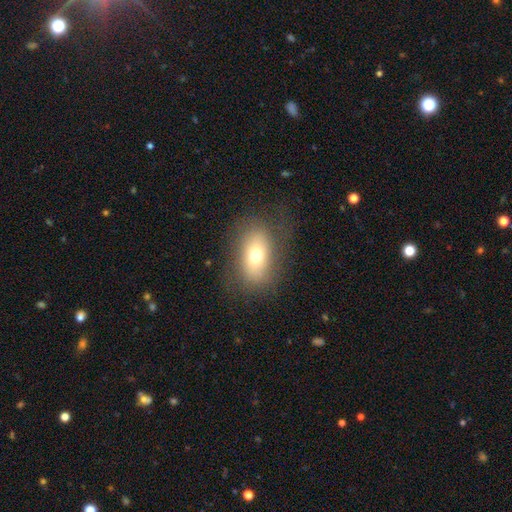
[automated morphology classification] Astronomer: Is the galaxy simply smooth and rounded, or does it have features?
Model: smooth — 68%.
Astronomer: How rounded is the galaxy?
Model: in between — 81%.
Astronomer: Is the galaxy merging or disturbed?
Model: none — 72%.